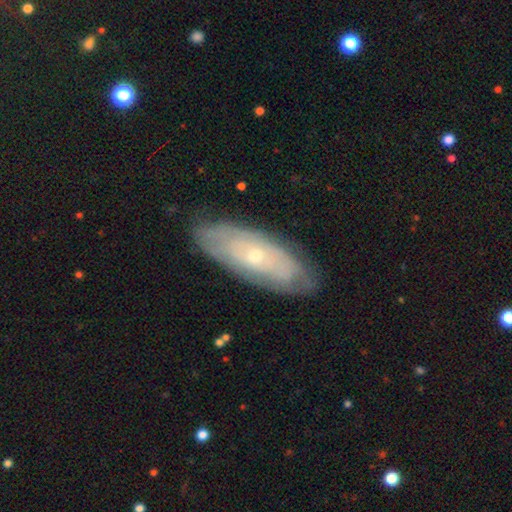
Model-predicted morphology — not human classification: This is likely a featured or disk galaxy (66%). It is clearly not viewed edge-on (82%). Bar: clearly no (85%). Spiral arm pattern: likely yes (63%). Central bulge: likely small (66%). Merging: clearly none (81%).